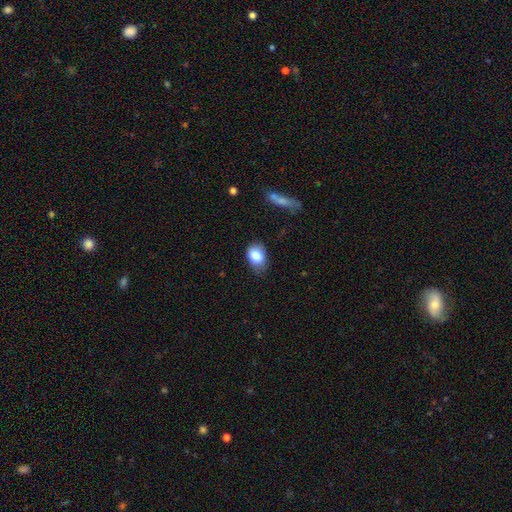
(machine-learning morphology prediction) This is clearly a smooth galaxy (83%). How rounded: clearly in between (81%). Merging: likely none (67%).